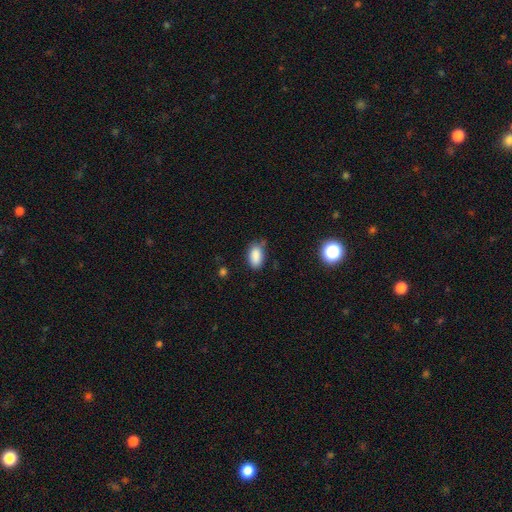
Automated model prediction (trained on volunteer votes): Overall: smooth (87%). How rounded: in between (92%). Merging: none (68%).